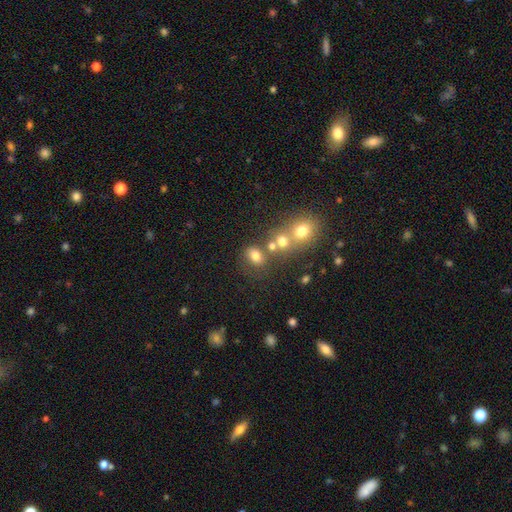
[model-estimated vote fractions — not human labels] This appears to be a smooth galaxy with no disk features (72%) that is in between round and cigar-shaped (61%). Merging: none (53%).